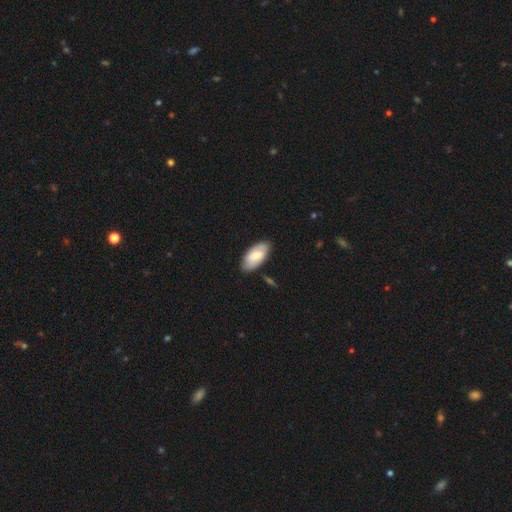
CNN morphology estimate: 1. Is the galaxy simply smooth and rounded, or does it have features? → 62% smooth, 33% featured or disk, 6% star or artifact.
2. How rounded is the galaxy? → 93% in between, 5% cigar-shaped, 2% round.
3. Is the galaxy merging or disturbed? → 82% none, 13% minor disturbance, 3% major disturbance, 2% merger.